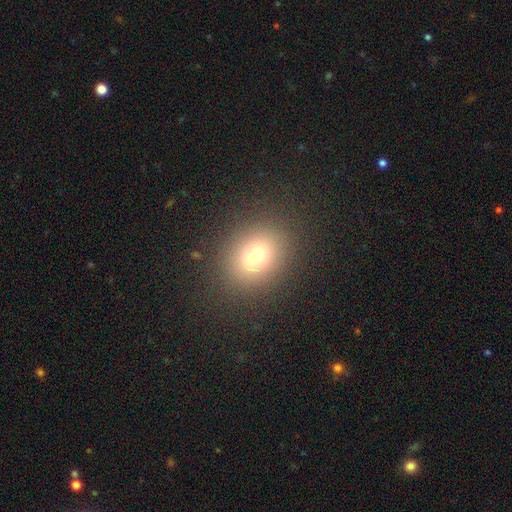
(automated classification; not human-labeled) Q: Smooth or featured?
A: smooth (73%); runner-up: star or artifact (16%)
Q: How rounded?
A: round (56%); runner-up: in between (43%)
Q: Merging?
A: none (88%); runner-up: minor disturbance (7%)